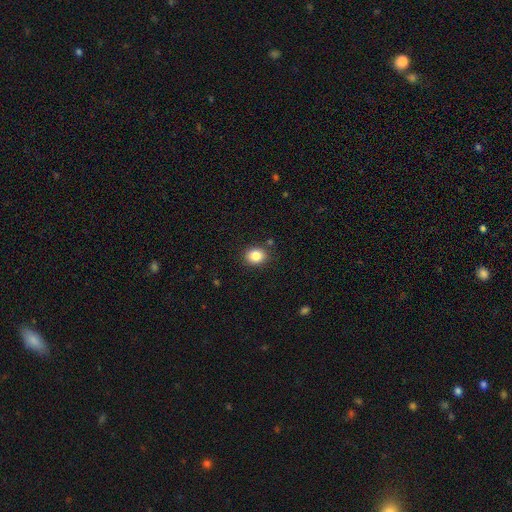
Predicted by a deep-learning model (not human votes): This appears to be a smooth galaxy with no disk features (85%) that is round (60%). Merging: none (86%).